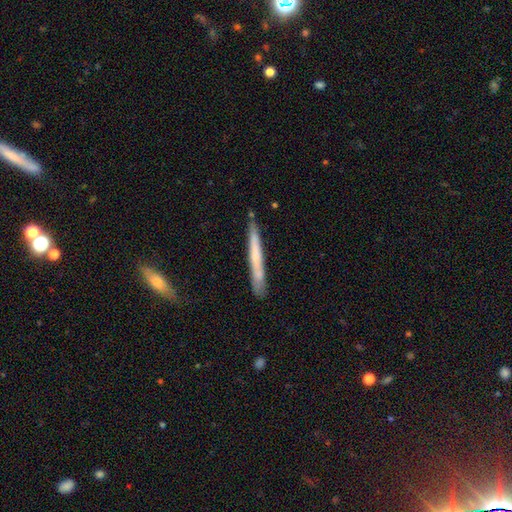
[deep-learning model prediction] A smooth galaxy with no disk features (56%) that is cigar-shaped (97%). Merging: none (82%).